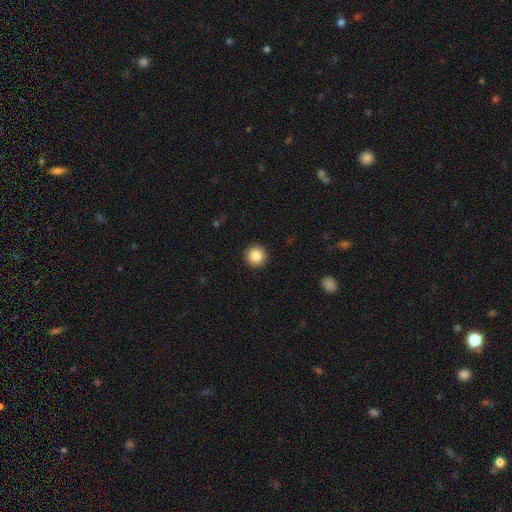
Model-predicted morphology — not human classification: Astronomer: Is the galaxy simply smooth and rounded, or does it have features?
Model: smooth — 85%.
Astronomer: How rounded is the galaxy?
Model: round — 96%.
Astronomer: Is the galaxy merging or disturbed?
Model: none — 93%.